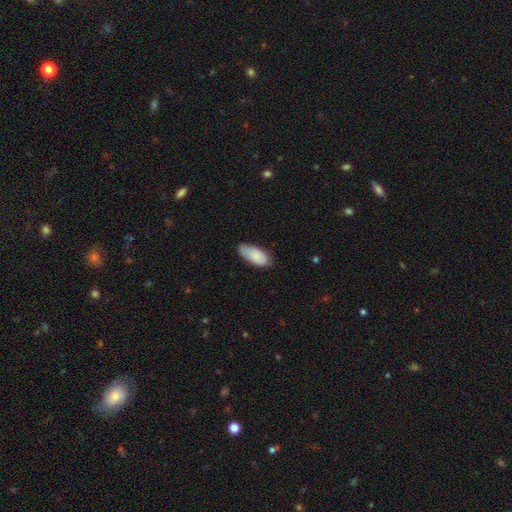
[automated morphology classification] This is clearly a smooth galaxy (85%). How rounded: clearly in between (91%). Merging: likely none (74%).